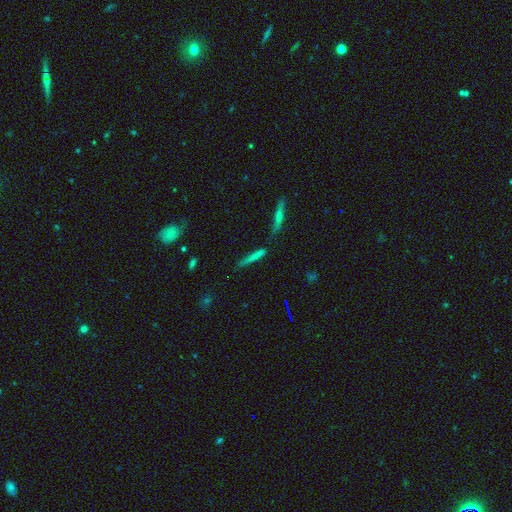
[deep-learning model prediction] smooth_or_featured: smooth (p=0.62) [alt: featured or disk p=0.29]
how_rounded: cigar-shaped (p=0.93) [alt: in between p=0.05]
merging: none (p=0.71) [alt: minor disturbance p=0.14]